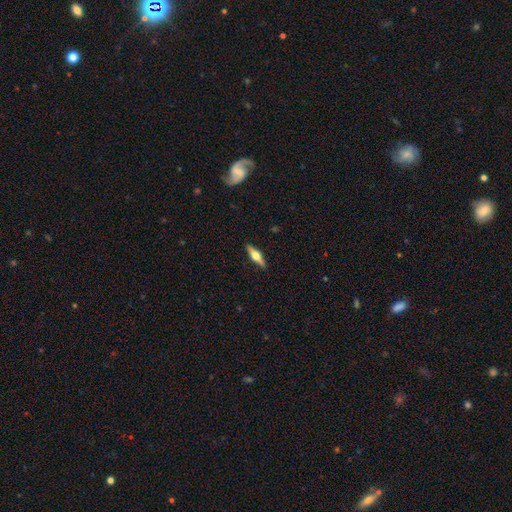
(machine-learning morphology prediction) Q: Smooth or featured?
A: featured or disk (53%); runner-up: smooth (41%)
Q: Edge-on disk?
A: yes (94%); runner-up: no (6%)
Q: Merging?
A: none (90%); runner-up: minor disturbance (8%)